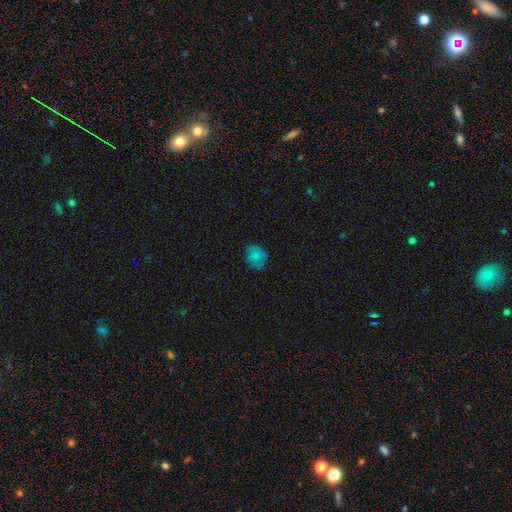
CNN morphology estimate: Q: Smooth or featured?
A: smooth (77%); runner-up: star or artifact (12%)
Q: How rounded?
A: round (59%); runner-up: in between (40%)
Q: Merging?
A: none (73%); runner-up: minor disturbance (21%)